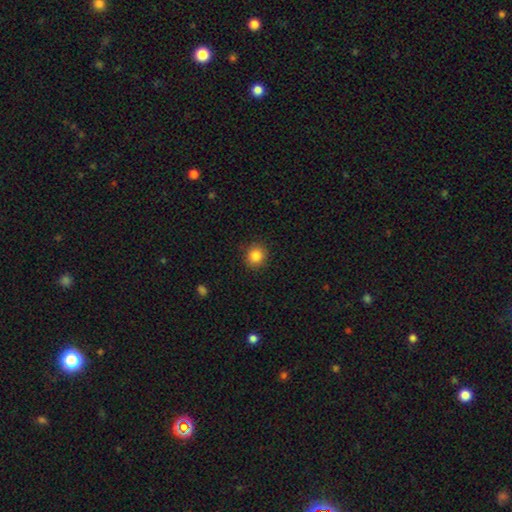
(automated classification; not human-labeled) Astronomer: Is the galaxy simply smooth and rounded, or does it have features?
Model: smooth — 85%.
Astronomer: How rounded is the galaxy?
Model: round — 86%.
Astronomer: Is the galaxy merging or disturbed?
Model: none — 89%.